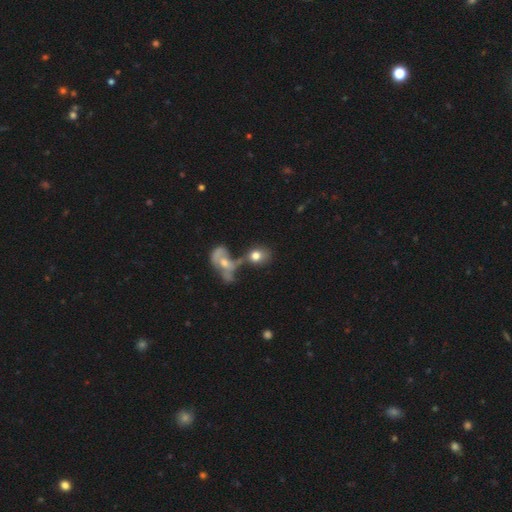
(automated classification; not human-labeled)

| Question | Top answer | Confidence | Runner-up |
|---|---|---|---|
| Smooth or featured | smooth | 70% | featured or disk (20%) |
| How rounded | round | 54% | in between (44%) |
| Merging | merger | 45% | none (30%) |